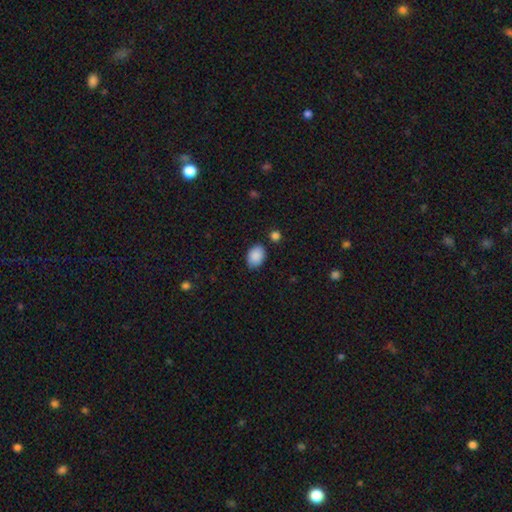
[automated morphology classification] smooth-or-featured: smooth: 89% | star or artifact: 7% | featured or disk: 4%
  how-rounded: in between: 80% | round: 18% | cigar-shaped: 1%
  merging: none: 81% | minor disturbance: 13% | merger: 3% | major disturbance: 3%